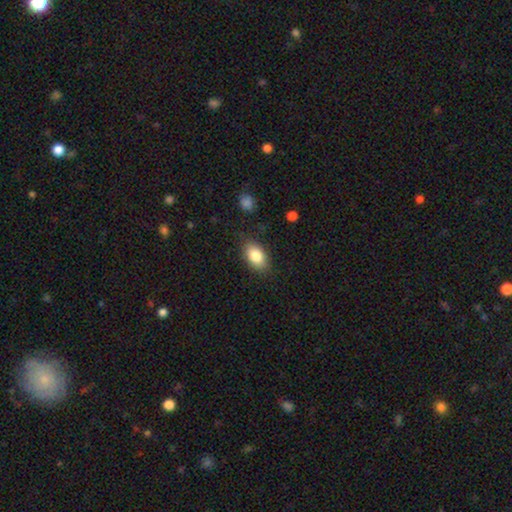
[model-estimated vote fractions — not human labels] Morphology: type=smooth (83%); roundness=in between (90%); merging=none (83%).